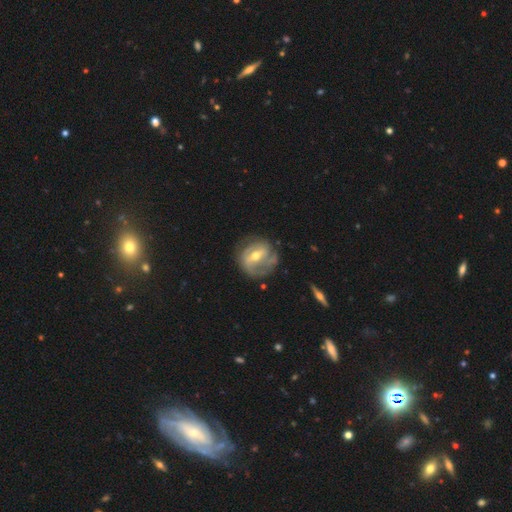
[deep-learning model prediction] Smooth or featured? featured or disk (81%)
Edge-on disk? no (96%)
Bar? weak (44%)
Spiral arms? yes (88%)
Spiral winding? tight (44%)
Spiral arm count? 2 (51%)
Bulge size? moderate (65%)
Merging? none (64%)